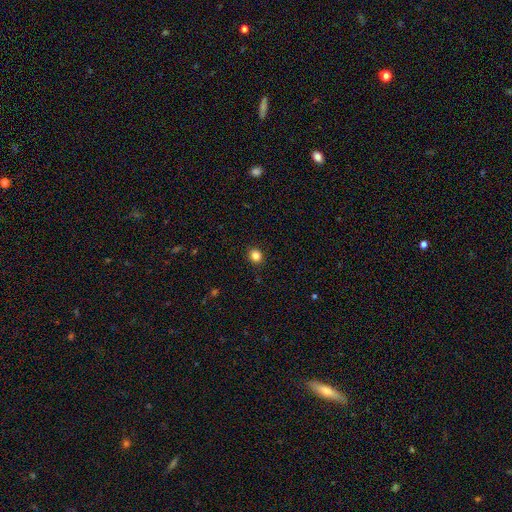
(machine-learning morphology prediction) Smooth or featured? Predicted: smooth (p=0.84). How rounded? Predicted: round (p=0.78). Merging? Predicted: none (p=0.91).